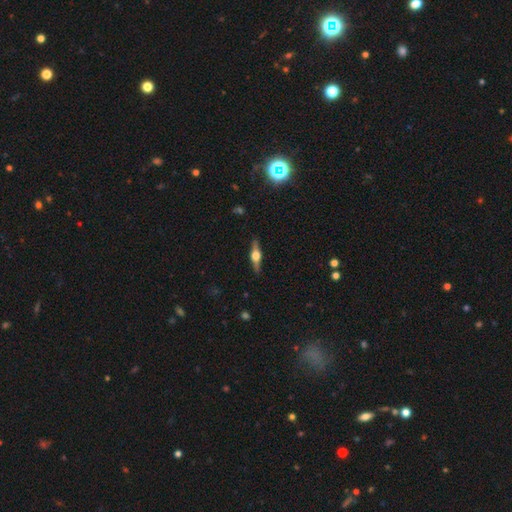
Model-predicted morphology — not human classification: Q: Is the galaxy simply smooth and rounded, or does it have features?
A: featured or disk — 76%.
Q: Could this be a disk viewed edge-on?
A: yes — 97%.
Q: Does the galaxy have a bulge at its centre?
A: rounded — 94%.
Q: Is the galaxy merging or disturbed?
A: none — 89%.